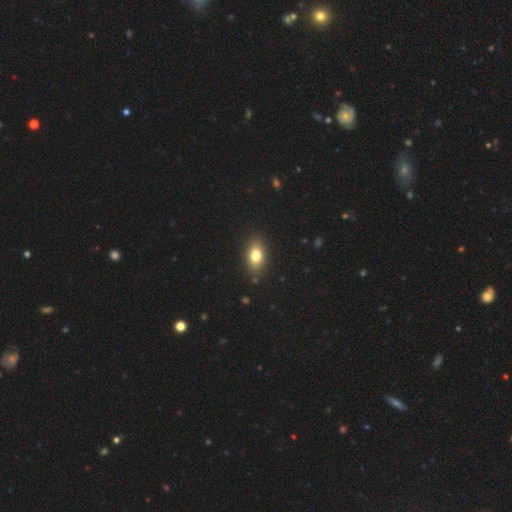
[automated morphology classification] Overall: smooth (79%). How rounded: in between (86%). Merging: none (88%).